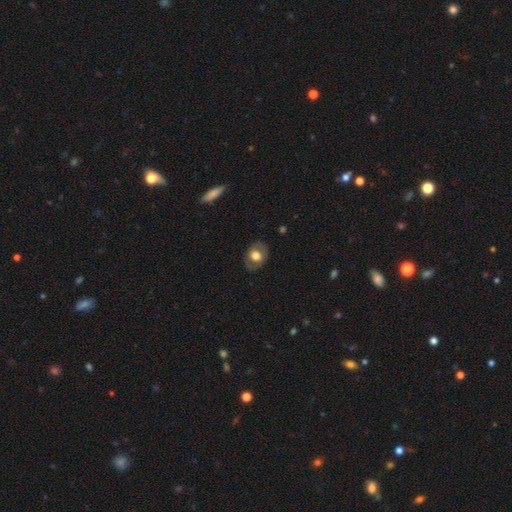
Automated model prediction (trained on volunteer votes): A smooth galaxy with no disk features (60%) that is in between round and cigar-shaped (60%). Merging: none (80%).